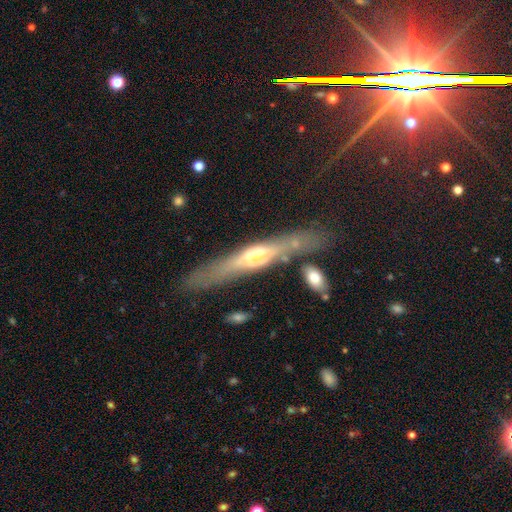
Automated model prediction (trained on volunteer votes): smooth-or-featured: featured or disk: 67% | smooth: 24% | star or artifact: 9%
  disk-edge-on: yes: 88% | no: 12%
    edge-on-bulge: rounded: 76% | none: 14% | boxy: 11%
  merging: none: 76% | minor disturbance: 14% | merger: 7% | major disturbance: 4%